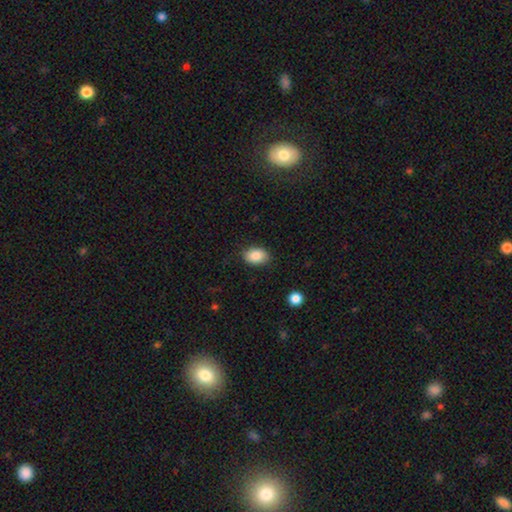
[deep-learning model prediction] Morphology: type=smooth (87%); roundness=in between (77%); merging=none (84%).